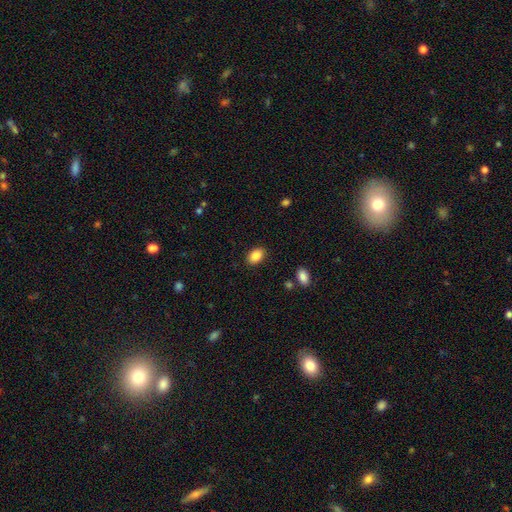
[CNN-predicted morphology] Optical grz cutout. It shows a smooth galaxy with no disk features (87%) that is in between round and cigar-shaped (86%). Merging: none (87%).